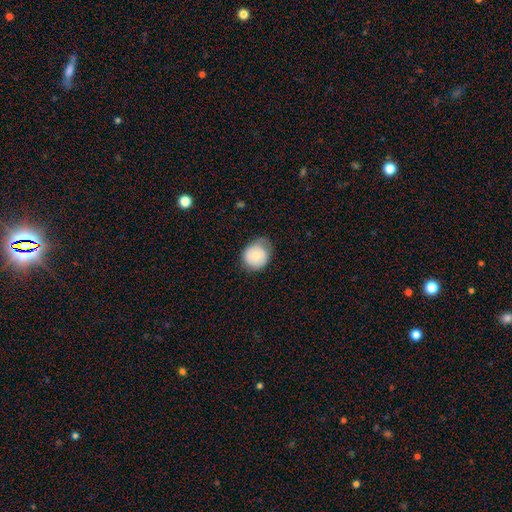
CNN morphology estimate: smooth 73%, featured or disk 20%, star or artifact 7%. Down the decision tree: how rounded — round (79%); merging — none (55%).